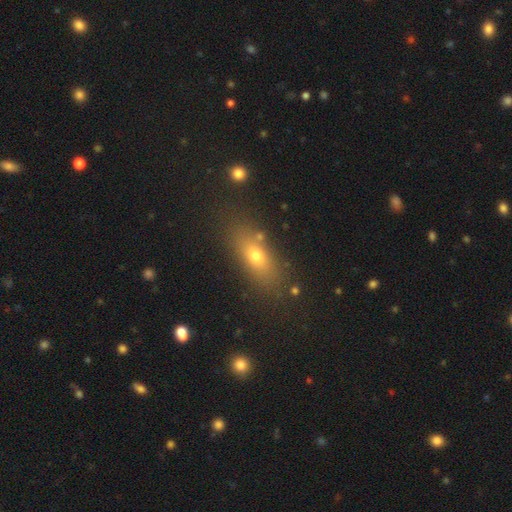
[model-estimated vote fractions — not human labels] Smooth or featured?
  - smooth: 68% *
  - featured or disk: 19%
  - star or artifact: 13%
How rounded?
  - in between: 70% *
  - cigar-shaped: 22%
  - round: 9%
Merging?
  - none: 80% *
  - minor disturbance: 11%
  - major disturbance: 5%
  - merger: 4%